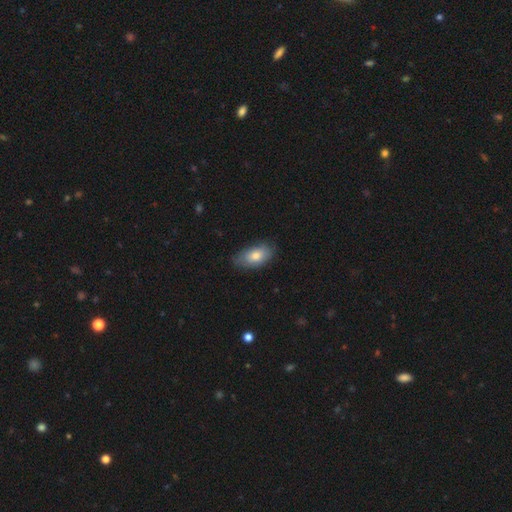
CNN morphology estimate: smooth-or-featured: smooth: 76% | featured or disk: 18% | star or artifact: 7%
  how-rounded: in between: 92% | round: 5% | cigar-shaped: 3%
  merging: none: 74% | minor disturbance: 21% | major disturbance: 4% | merger: 1%